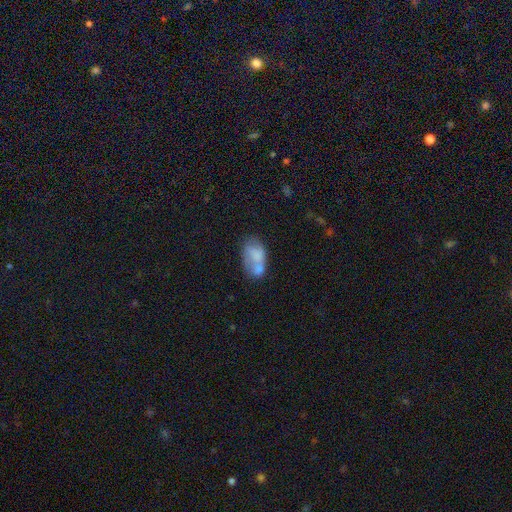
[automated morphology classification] The model was most divided on "merging": merger: 38%, none: 28%, minor disturbance: 20%, major disturbance: 14%. More confident: how rounded — in between (90%); smooth or featured — smooth (64%).